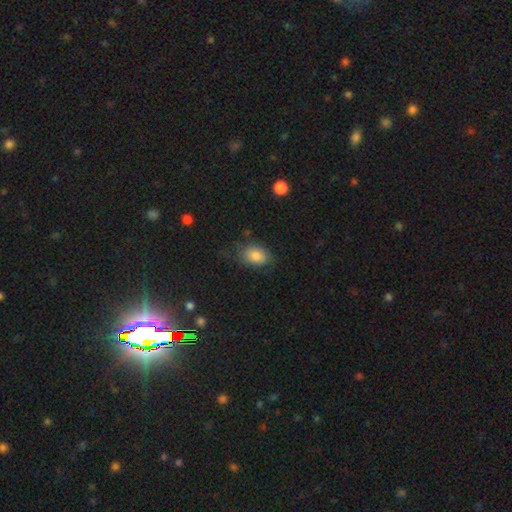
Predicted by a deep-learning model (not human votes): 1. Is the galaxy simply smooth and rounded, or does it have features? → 81% smooth, 11% featured or disk, 8% star or artifact.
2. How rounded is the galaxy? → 83% in between, 16% round, 1% cigar-shaped.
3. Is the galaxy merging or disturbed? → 64% none, 25% minor disturbance, 10% major disturbance, 2% merger.